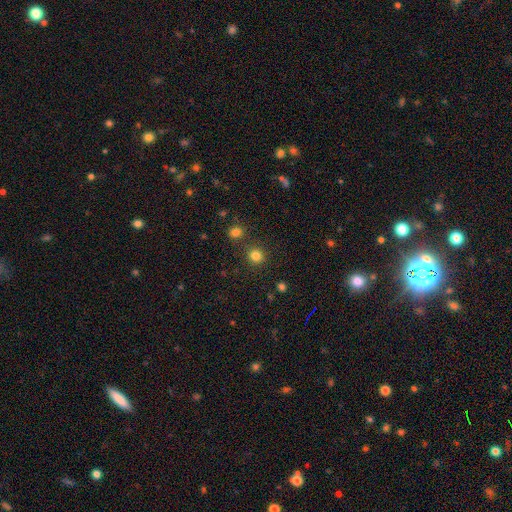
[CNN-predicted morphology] smooth_or_featured: smooth (p=0.81) [alt: star or artifact p=0.15]
how_rounded: round (p=0.91) [alt: in between p=0.09]
merging: none (p=0.84) [alt: minor disturbance p=0.07]